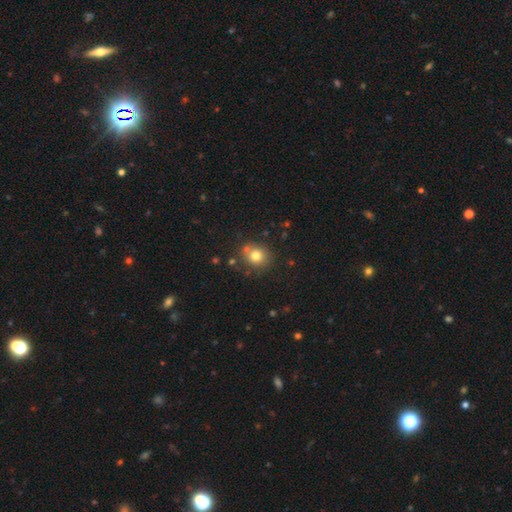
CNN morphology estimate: This appears to be a smooth galaxy with no disk features (76%) that is round (80%). Merging: none (74%).